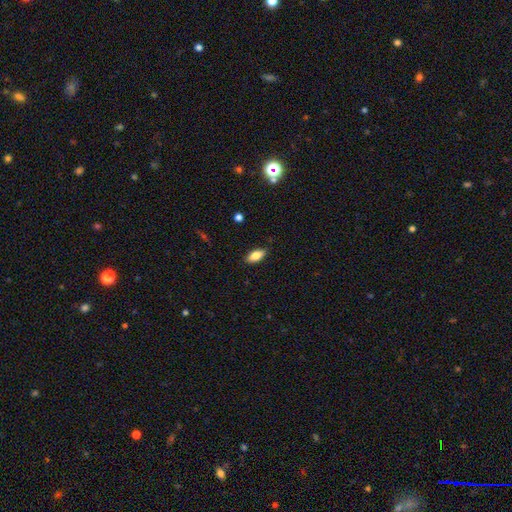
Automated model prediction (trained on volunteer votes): Smooth or featured: smooth — 79% (featured or disk — 14%)
How rounded: in between — 84% (cigar-shaped — 13%)
Merging: none — 87% (minor disturbance — 10%)